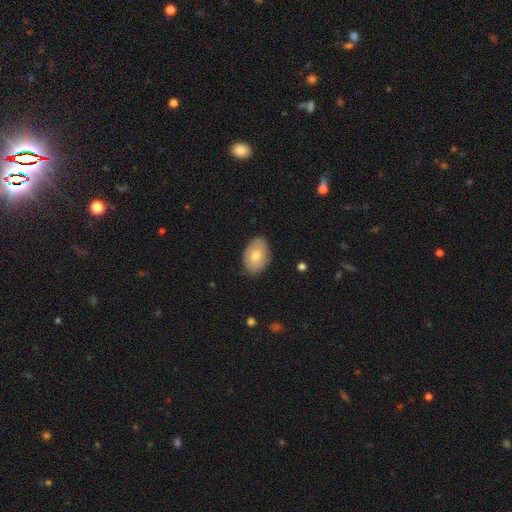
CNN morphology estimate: Q: Smooth or featured?
A: smooth (75%); runner-up: featured or disk (19%)
Q: How rounded?
A: in between (86%); runner-up: round (13%)
Q: Merging?
A: none (81%); runner-up: minor disturbance (16%)